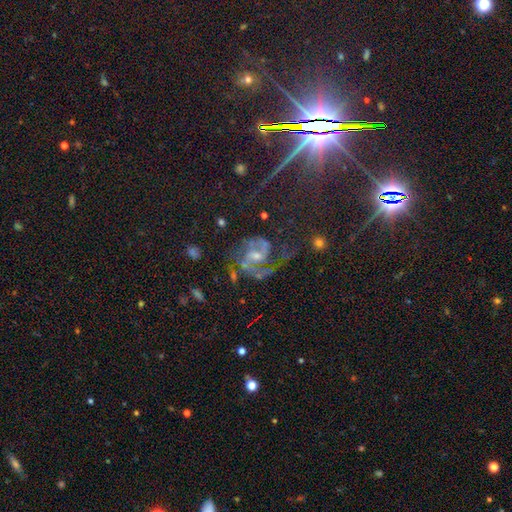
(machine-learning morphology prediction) smooth-or-featured: featured or disk: 74% | star or artifact: 18% | smooth: 8%
  disk-edge-on: no: 97% | yes: 3%
    bar: no: 47% | weak: 39% | strong: 14%
    has-spiral-arms: yes: 94% | no: 6%
      spiral-winding: medium: 56% | tight: 23% | loose: 21%
      spiral-arm-count: 2: 79% | 1: 7% | can't tell: 7% | 3: 4% | 4: 2% | more than 4: 2%
    bulge-size: small: 49% | moderate: 43% | none: 4% | large: 3% | dominant: 1%
  merging: none: 61% | minor disturbance: 18% | major disturbance: 18% | merger: 4%